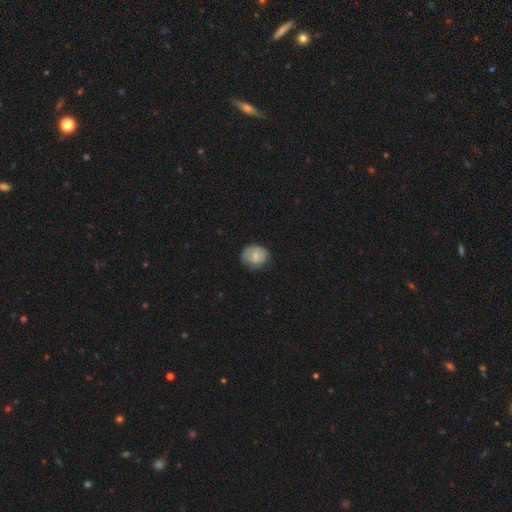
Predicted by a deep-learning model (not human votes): smooth_or_featured: smooth (p=0.74) [alt: featured or disk p=0.19]
how_rounded: round (p=0.68) [alt: in between p=0.31]
merging: none (p=0.69) [alt: minor disturbance p=0.24]